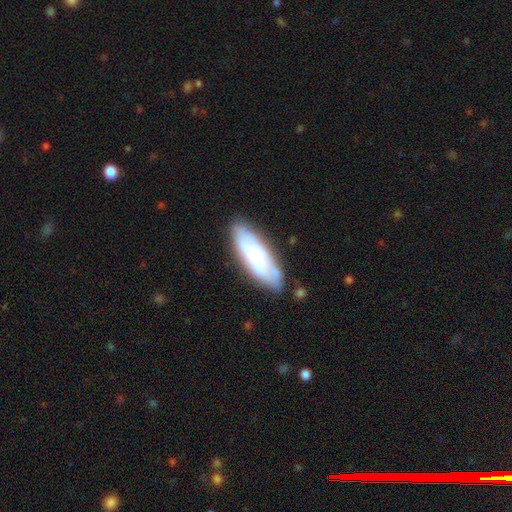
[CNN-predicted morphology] This appears to be a smooth galaxy with no disk features (54%) that is in between round and cigar-shaped (59%). Merging: none (78%).